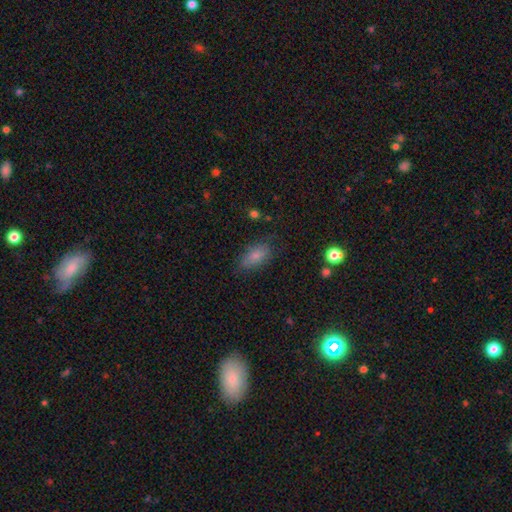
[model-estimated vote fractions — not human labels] This is likely a smooth galaxy (79%). How rounded: clearly in between (88%). Merging: likely none (73%).